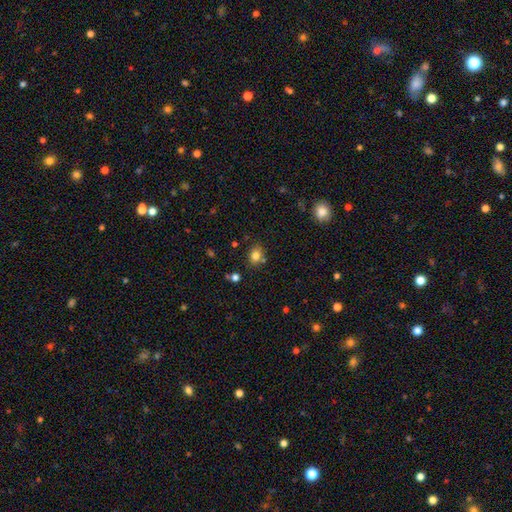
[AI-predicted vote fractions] Smooth or featured? Predicted: smooth (p=0.80). How rounded? Predicted: in between (p=0.50). Merging? Predicted: none (p=0.74).